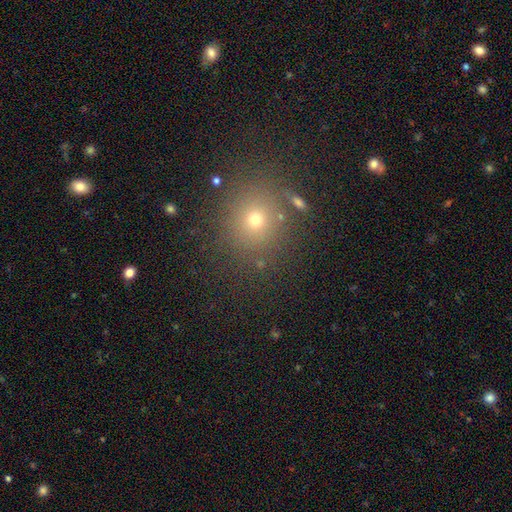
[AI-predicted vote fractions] Smooth or featured? smooth (62%)
How rounded? round (85%)
Merging? none (86%)